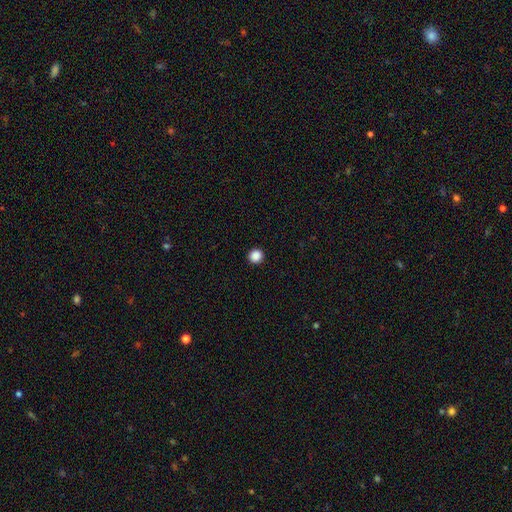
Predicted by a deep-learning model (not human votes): A smooth galaxy with no disk features (88%) that is round (95%).

Vote fractions:
- Smooth or featured? smooth: 88% / star or artifact: 10% / featured or disk: 2%
- How rounded? round: 95% / in between: 4% / cigar-shaped: 1%
- Merging? none: 94% / minor disturbance: 4% / major disturbance: 1% / merger: 1%